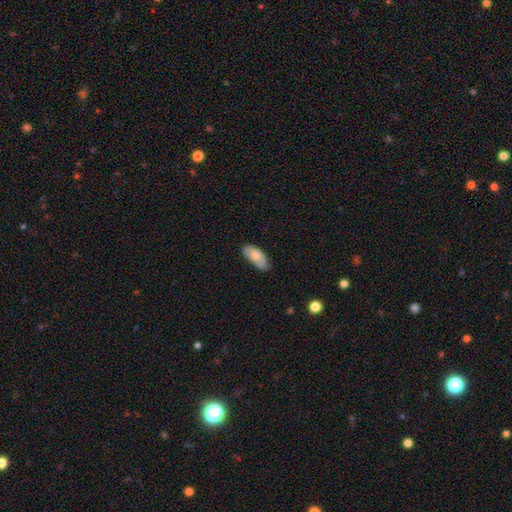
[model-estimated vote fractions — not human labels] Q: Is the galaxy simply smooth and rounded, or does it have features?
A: smooth — 78%.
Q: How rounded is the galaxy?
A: in between — 92%.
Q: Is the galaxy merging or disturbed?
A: none — 74%.